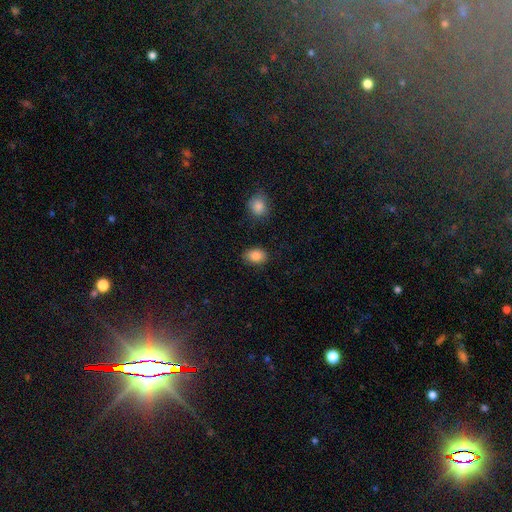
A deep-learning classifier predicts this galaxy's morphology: The model was most divided on "how rounded": in between: 75%, round: 24%, cigar-shaped: 1%. More confident: smooth or featured — smooth (86%); merging — none (83%).